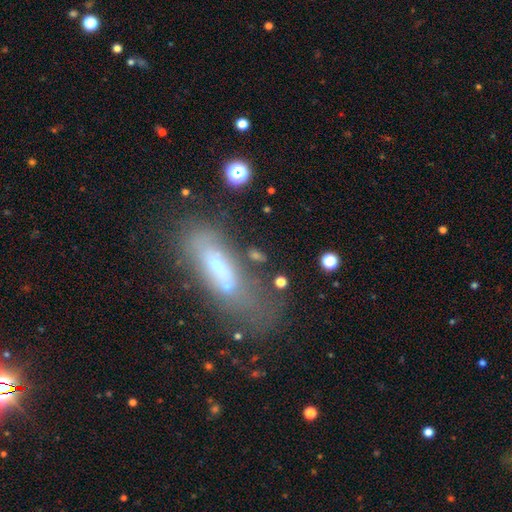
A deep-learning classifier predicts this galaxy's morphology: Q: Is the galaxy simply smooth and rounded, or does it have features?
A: smooth — 49%.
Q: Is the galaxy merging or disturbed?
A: none — 41%.